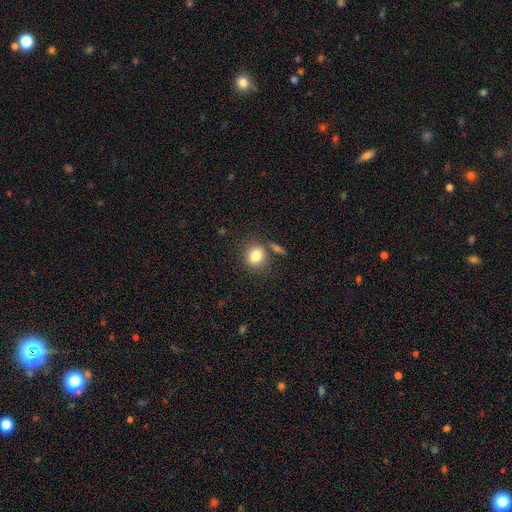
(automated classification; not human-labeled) Smooth or featured? Predicted: smooth (p=0.82). How rounded? Predicted: round (p=0.70). Merging? Predicted: none (p=0.73).